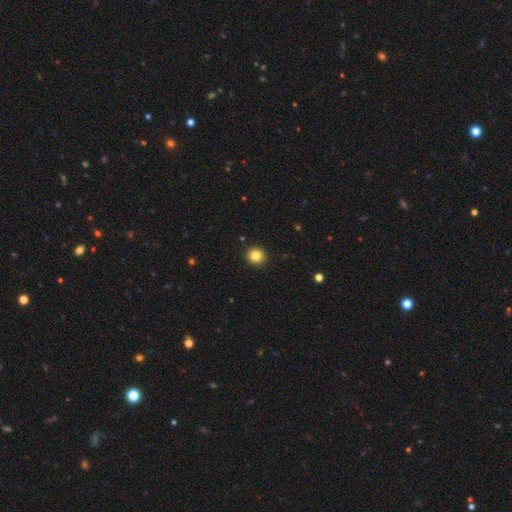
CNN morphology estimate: A smooth galaxy with no disk features (84%) that is round (89%).

Vote fractions:
- Smooth or featured? smooth: 84% / star or artifact: 10% / featured or disk: 6%
- How rounded? round: 89% / in between: 10% / cigar-shaped: 1%
- Merging? none: 92% / minor disturbance: 5% / major disturbance: 2% / merger: 1%